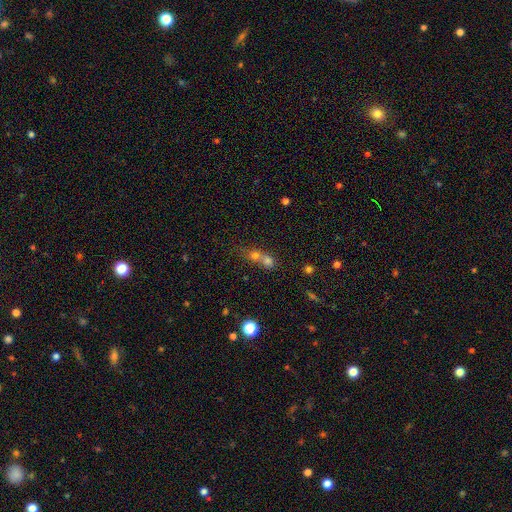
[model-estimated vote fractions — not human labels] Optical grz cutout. It shows a smooth galaxy with no disk features (63%) that is round (66%). Merging: merger (65%).